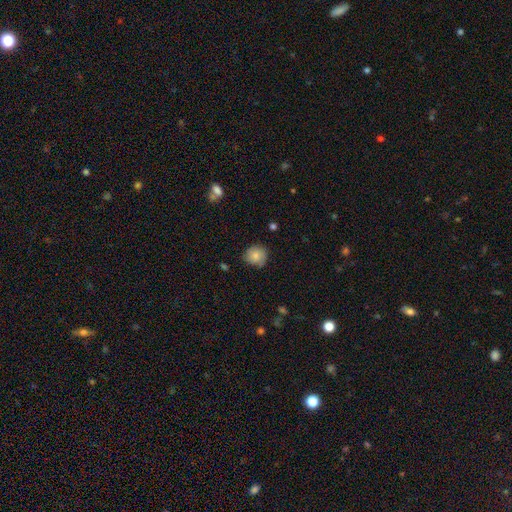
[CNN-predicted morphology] Smooth or featured? smooth (74%)
How rounded? round (85%)
Merging? none (73%)